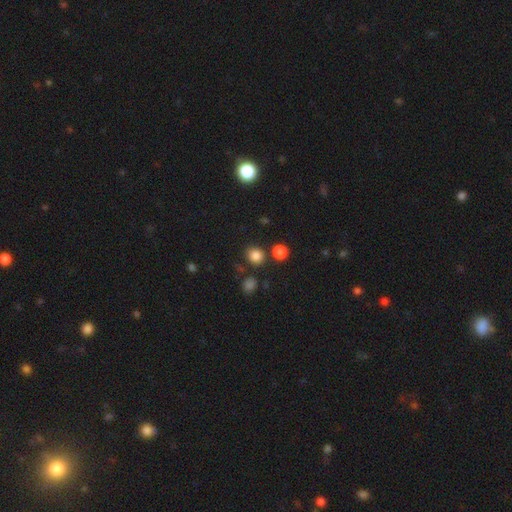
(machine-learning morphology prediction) The model was most divided on "smooth or featured": smooth: 81%, star or artifact: 14%, featured or disk: 4%. More confident: how rounded — round (84%); merging — none (79%).